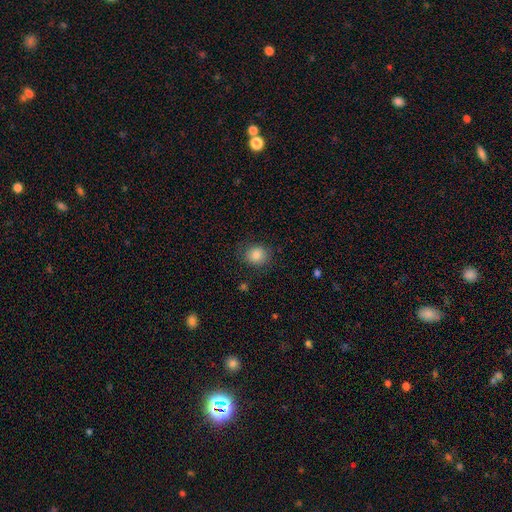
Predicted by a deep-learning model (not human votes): The model was most divided on "how rounded": round: 80%, in between: 19%, cigar-shaped: 1%. More confident: smooth or featured — smooth (85%); merging — none (83%).